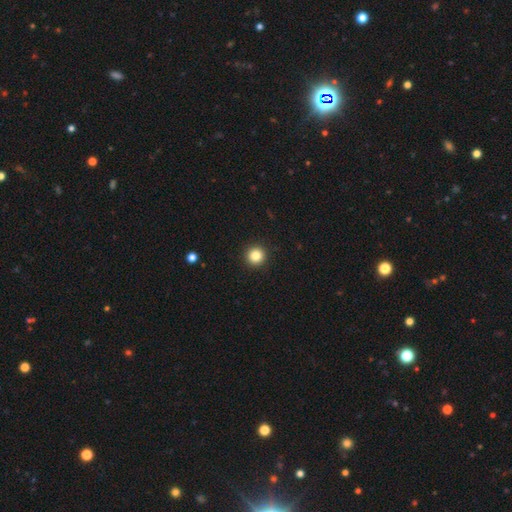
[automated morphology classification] Smooth or featured? Predicted: smooth (p=0.84). How rounded? Predicted: round (p=0.95). Merging? Predicted: none (p=0.93).